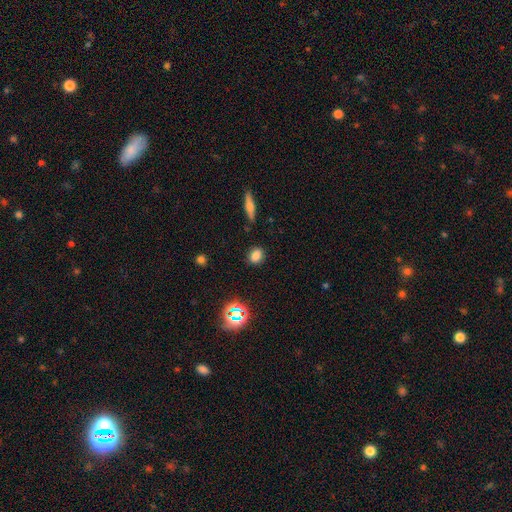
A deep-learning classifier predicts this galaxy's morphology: type=smooth (78%); roundness=round (54%); merging=none (87%).